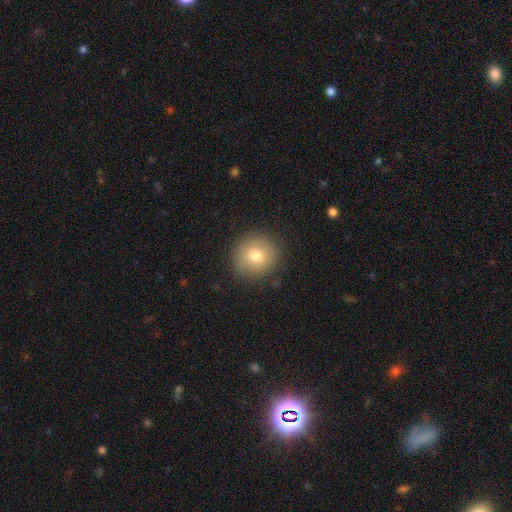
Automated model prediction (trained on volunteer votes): The model was most divided on "smooth or featured": smooth: 77%, featured or disk: 12%, star or artifact: 11%. More confident: how rounded — round (92%); merging — none (89%).